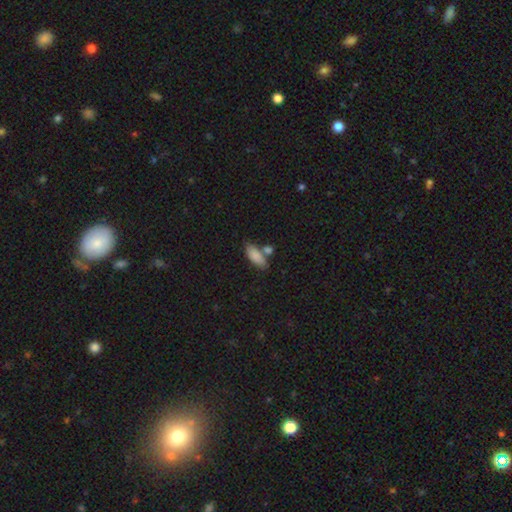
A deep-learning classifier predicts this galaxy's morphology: type=smooth (85%); roundness=in between (79%); merging=none (59%).